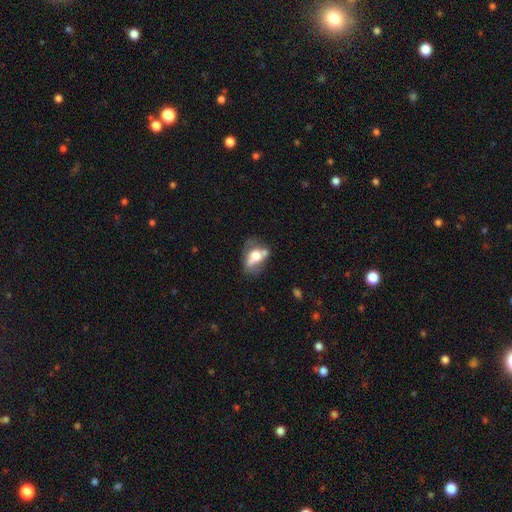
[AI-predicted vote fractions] Smooth or featured: smooth — 52% (featured or disk — 40%)
How rounded: in between — 78% (round — 17%)
Merging: none — 33% (merger — 24%)